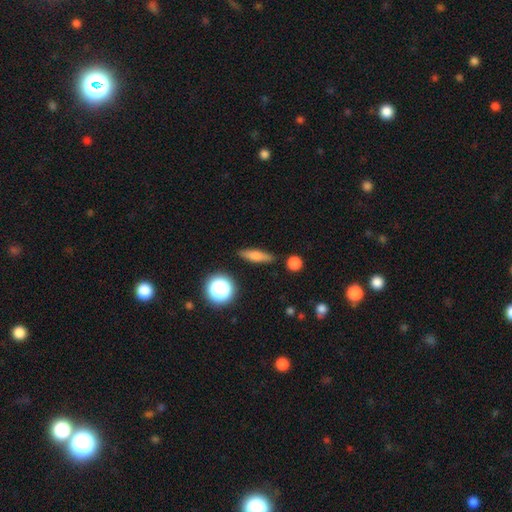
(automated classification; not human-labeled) smooth_or_featured: smooth (p=0.70) [alt: featured or disk p=0.20]
how_rounded: cigar-shaped (p=0.64) [alt: in between p=0.28]
merging: none (p=0.85) [alt: minor disturbance p=0.10]